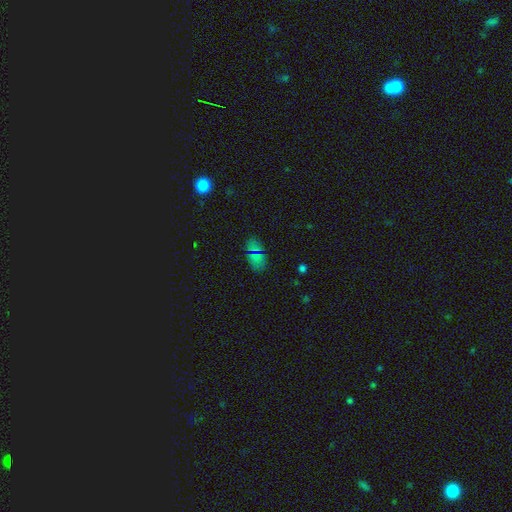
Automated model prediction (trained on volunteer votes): Q: Smooth or featured?
A: smooth (69%); runner-up: star or artifact (22%)
Q: How rounded?
A: in between (91%); runner-up: round (6%)
Q: Merging?
A: none (84%); runner-up: minor disturbance (11%)